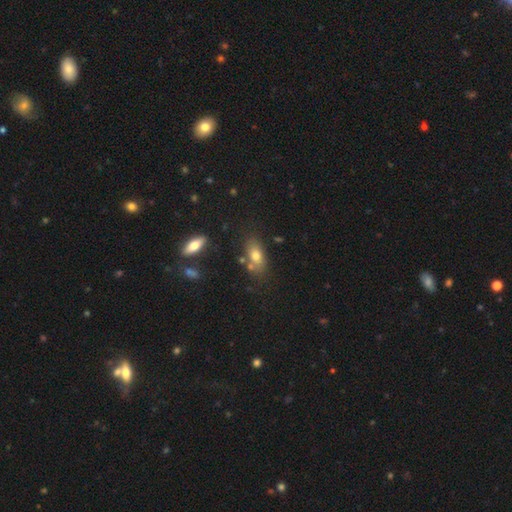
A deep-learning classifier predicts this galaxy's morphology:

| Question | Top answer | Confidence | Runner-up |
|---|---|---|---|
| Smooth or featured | smooth | 74% | featured or disk (17%) |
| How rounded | in between | 85% | round (8%) |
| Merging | none | 70% | minor disturbance (15%) |